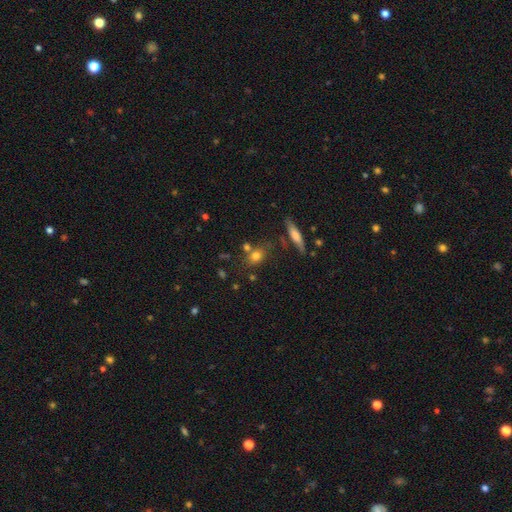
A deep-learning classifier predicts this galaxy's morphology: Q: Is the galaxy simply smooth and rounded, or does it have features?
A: smooth — 73%.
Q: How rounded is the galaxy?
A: in between — 47%.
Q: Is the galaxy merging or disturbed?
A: none — 65%.